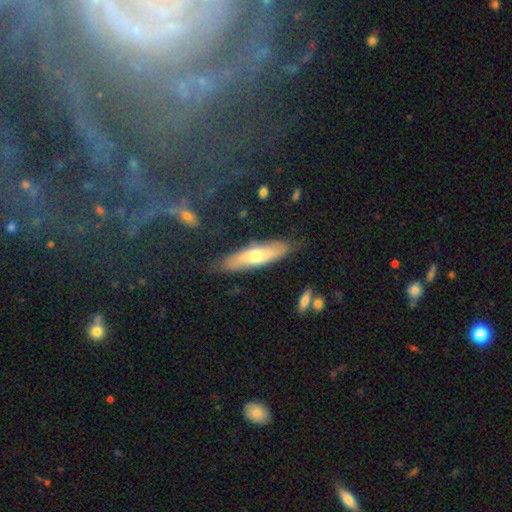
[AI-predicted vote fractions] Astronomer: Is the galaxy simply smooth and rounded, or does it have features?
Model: smooth — 51% (runner-up: featured or disk, 43%).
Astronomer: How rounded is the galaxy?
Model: cigar-shaped — 63%.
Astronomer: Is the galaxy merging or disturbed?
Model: none — 79%.